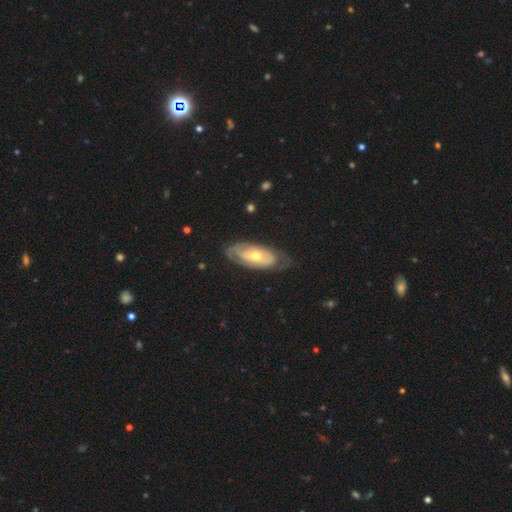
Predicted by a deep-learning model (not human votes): The model was most divided on "spiral arms": yes: 59%, no: 41%. More confident: edge-on disk — no (88%); bar — no (81%); merging — none (64%); smooth or featured — featured or disk (63%); bulge size — moderate (62%).